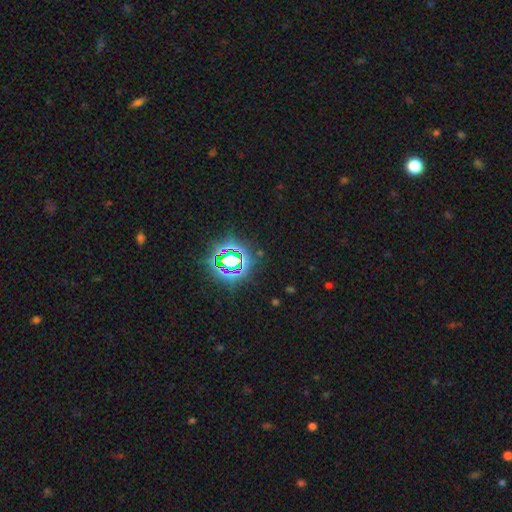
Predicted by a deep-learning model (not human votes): Smooth or featured? star or artifact (81%)